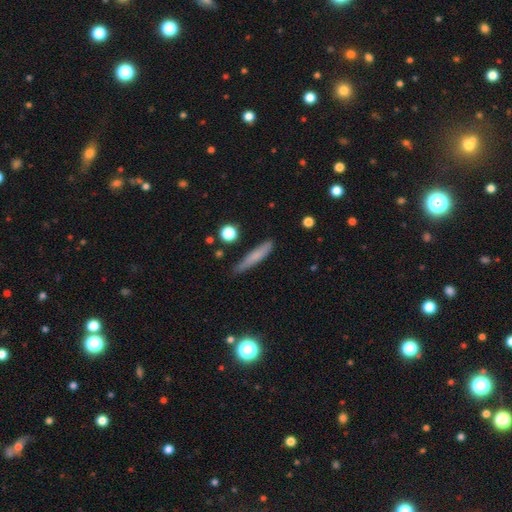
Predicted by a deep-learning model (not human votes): A smooth galaxy with no disk features (70%) that is cigar-shaped (90%).

Vote fractions:
- Smooth or featured? smooth: 70% / featured or disk: 23% / star or artifact: 8%
- How rounded? cigar-shaped: 90% / in between: 7% / round: 2%
- Merging? none: 79% / minor disturbance: 16% / major disturbance: 3% / merger: 2%